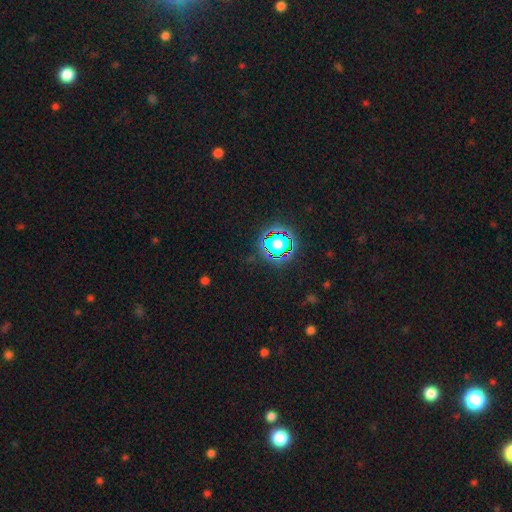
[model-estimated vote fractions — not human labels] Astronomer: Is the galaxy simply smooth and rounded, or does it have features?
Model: star or artifact — 80%.